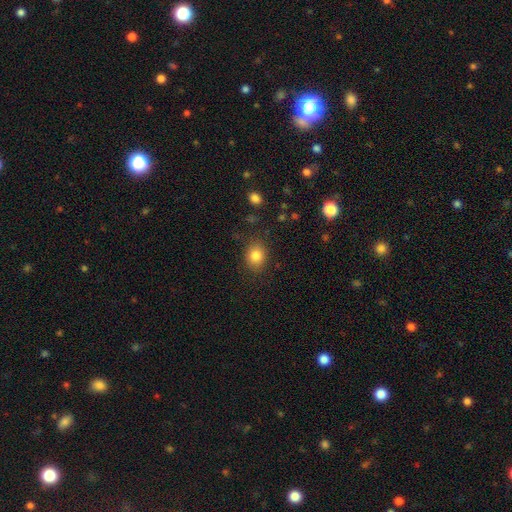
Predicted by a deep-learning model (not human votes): Smooth or featured? smooth (82%)
How rounded? round (51%)
Merging? none (83%)